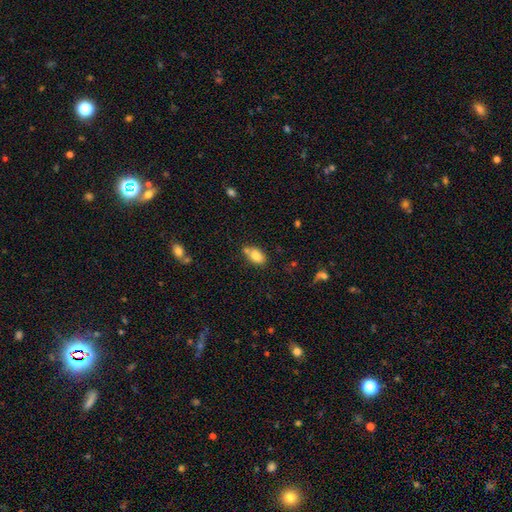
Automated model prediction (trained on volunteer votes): This is clearly a smooth galaxy (81%). How rounded: clearly in between (85%). Merging: possibly none (58%).